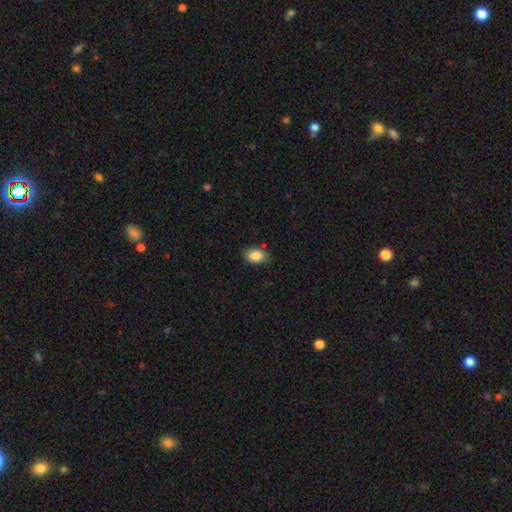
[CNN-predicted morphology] A smooth galaxy with no disk features (87%) that is in between round and cigar-shaped (86%). Merging: none (79%).